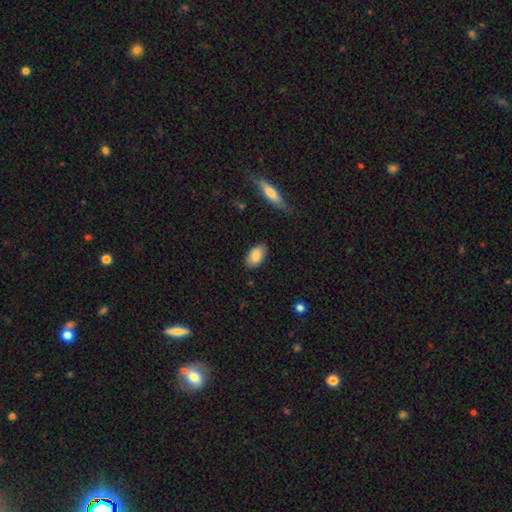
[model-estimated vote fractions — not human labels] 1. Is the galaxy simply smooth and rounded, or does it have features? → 86% smooth, 8% featured or disk, 6% star or artifact.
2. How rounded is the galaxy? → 93% in between, 4% round, 3% cigar-shaped.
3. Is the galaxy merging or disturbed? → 84% none, 12% minor disturbance, 2% major disturbance, 1% merger.